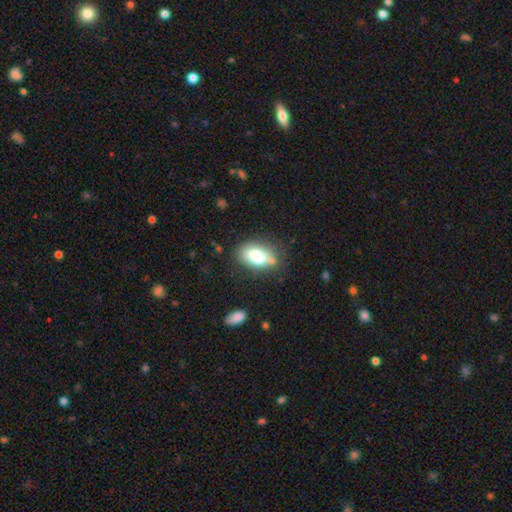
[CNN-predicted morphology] A smooth galaxy with no disk features (74%) that is in between round and cigar-shaped (88%).

Vote fractions:
- Smooth or featured? smooth: 74% / featured or disk: 18% / star or artifact: 8%
- How rounded? in between: 88% / round: 9% / cigar-shaped: 3%
- Merging? none: 71% / minor disturbance: 19% / major disturbance: 5% / merger: 5%